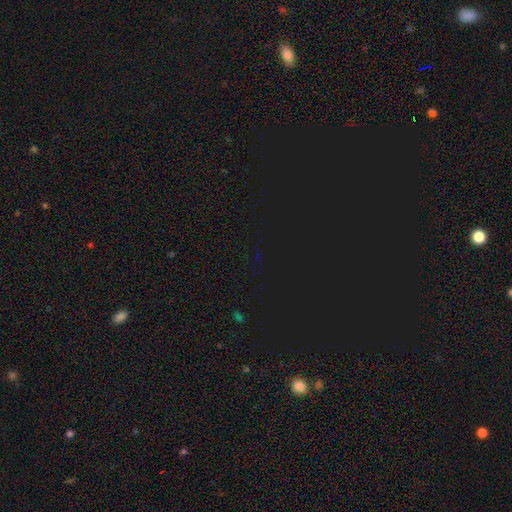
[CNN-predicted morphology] type=star or artifact (81%).